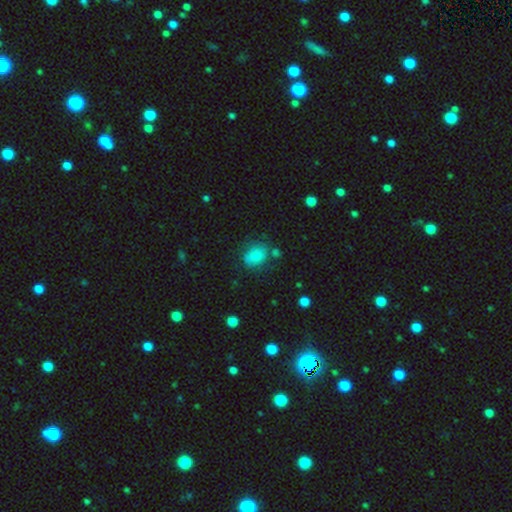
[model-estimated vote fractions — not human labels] smooth-or-featured: smooth: 73% | featured or disk: 16% | star or artifact: 10%
  how-rounded: in between: 51% | round: 48% | cigar-shaped: 1%
  merging: none: 62% | minor disturbance: 23% | major disturbance: 9% | merger: 6%